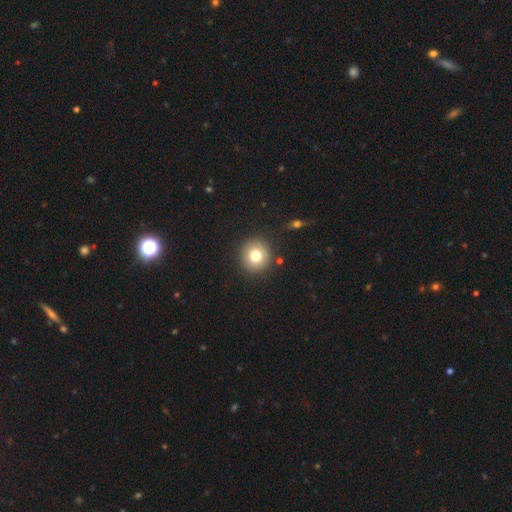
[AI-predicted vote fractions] A smooth galaxy with no disk features (78%) that is round (93%). Merging: none (89%).